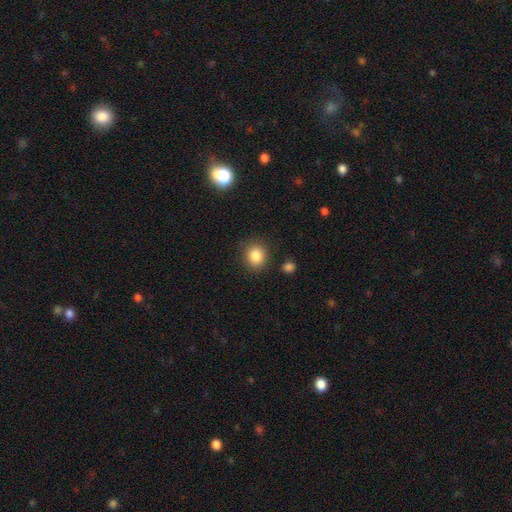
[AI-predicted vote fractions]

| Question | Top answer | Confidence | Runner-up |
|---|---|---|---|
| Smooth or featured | smooth | 85% | star or artifact (10%) |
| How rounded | round | 77% | in between (22%) |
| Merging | none | 84% | minor disturbance (9%) |